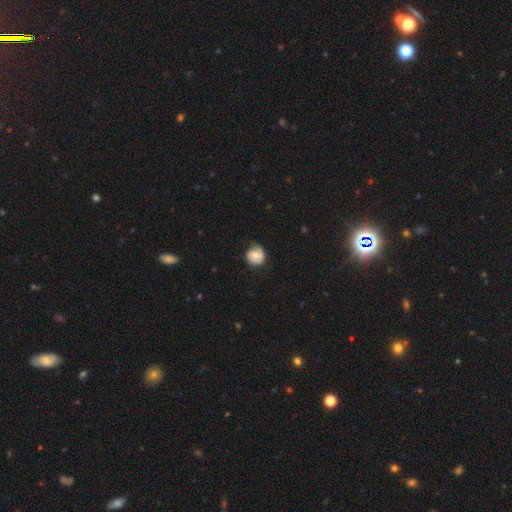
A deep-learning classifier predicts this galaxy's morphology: type=smooth (61%); roundness=round (85%); merging=none (62%).